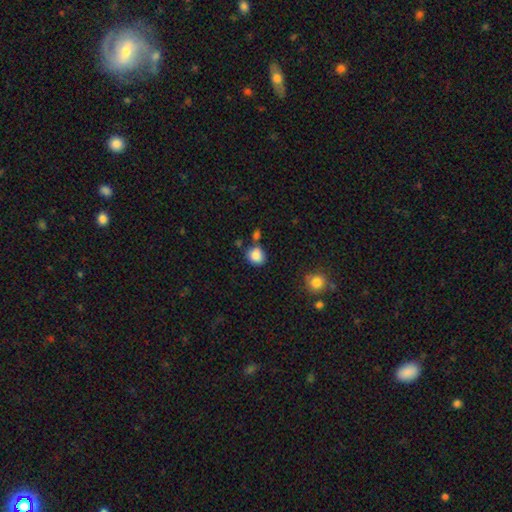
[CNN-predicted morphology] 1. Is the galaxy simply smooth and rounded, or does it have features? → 86% smooth, 9% star or artifact, 5% featured or disk.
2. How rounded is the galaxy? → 72% round, 27% in between, 1% cigar-shaped.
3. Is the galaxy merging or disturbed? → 70% none, 15% minor disturbance, 11% merger, 4% major disturbance.